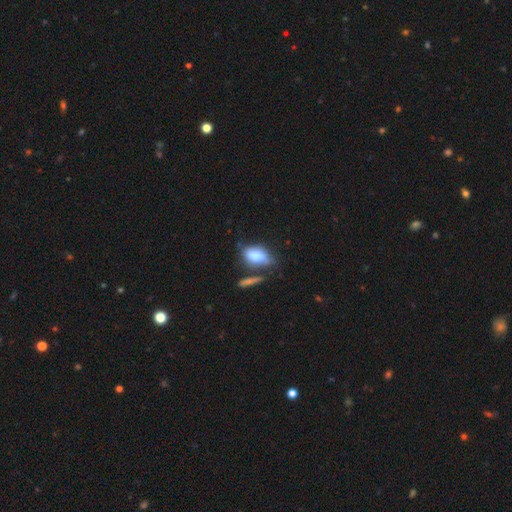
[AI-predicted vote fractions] smooth 80%, featured or disk 12%, star or artifact 8%. Down the decision tree: how rounded — in between (87%); merging — none (45%).